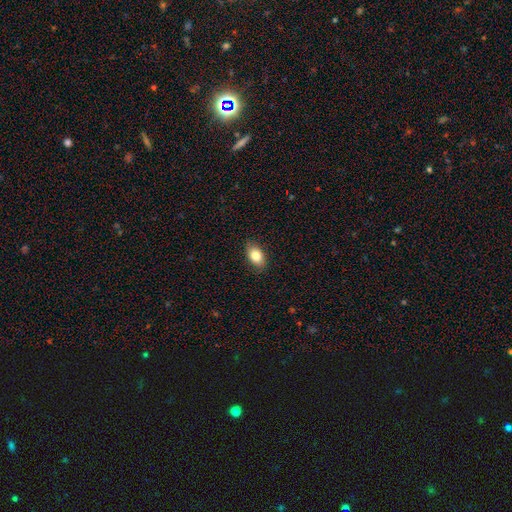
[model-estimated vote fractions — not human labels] The model was most divided on "smooth or featured": smooth: 82%, featured or disk: 10%, star or artifact: 8%. More confident: how rounded — in between (88%); merging — none (86%).